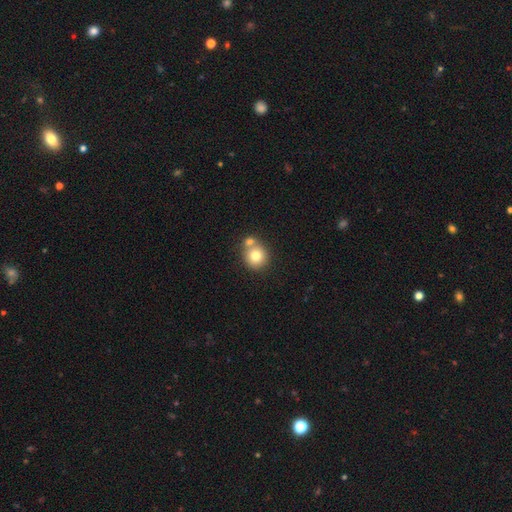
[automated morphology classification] The model was most divided on "merging": none: 50%, merger: 39%, minor disturbance: 8%, major disturbance: 3%. More confident: how rounded — round (85%); smooth or featured — smooth (76%).